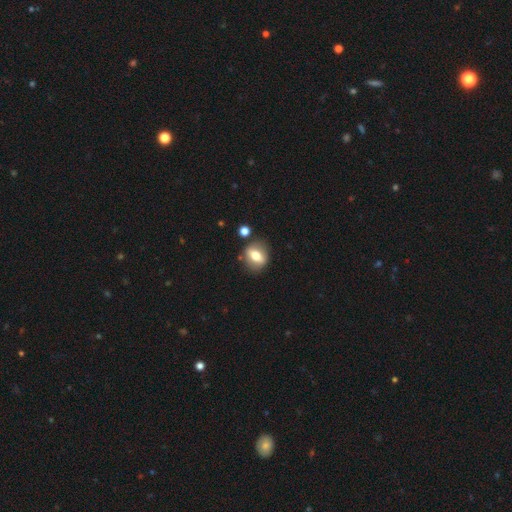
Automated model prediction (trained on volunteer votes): Q: Smooth or featured?
A: smooth (58%); runner-up: featured or disk (34%)
Q: How rounded?
A: in between (55%); runner-up: round (41%)
Q: Merging?
A: none (78%); runner-up: minor disturbance (12%)